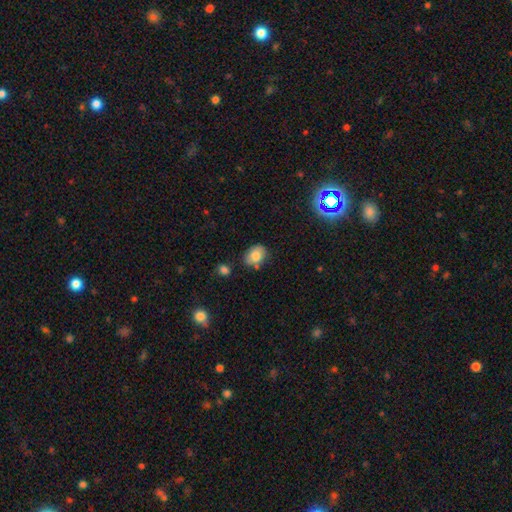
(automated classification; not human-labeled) Morphology: type=smooth (76%); roundness=in between (64%); merging=none (68%).